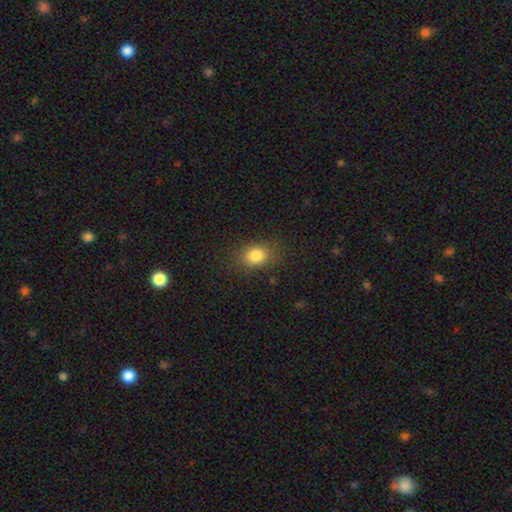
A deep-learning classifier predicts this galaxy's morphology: Smooth or featured: smooth — 82% (star or artifact — 11%)
How rounded: in between — 57% (round — 42%)
Merging: none — 80% (minor disturbance — 13%)